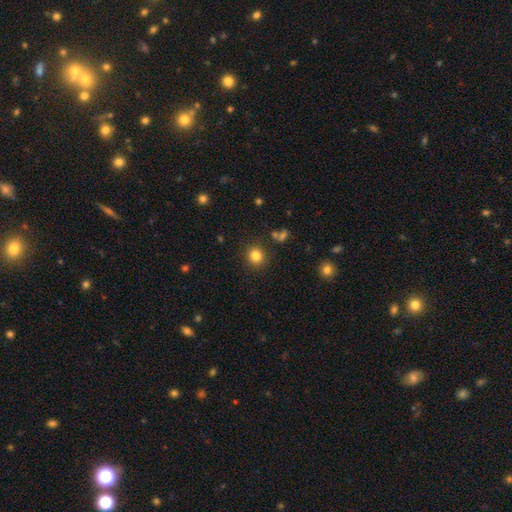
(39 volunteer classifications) This appears to be a smooth galaxy with no disk features (85%) that is round (94%). Merging: none (83%).